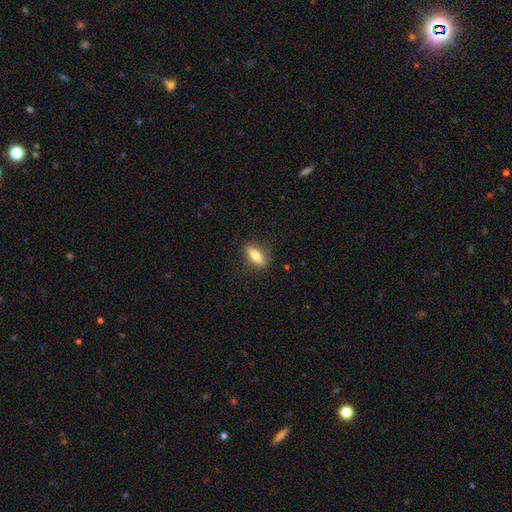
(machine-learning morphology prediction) type=smooth (72%); roundness=in between (66%); merging=none (82%).